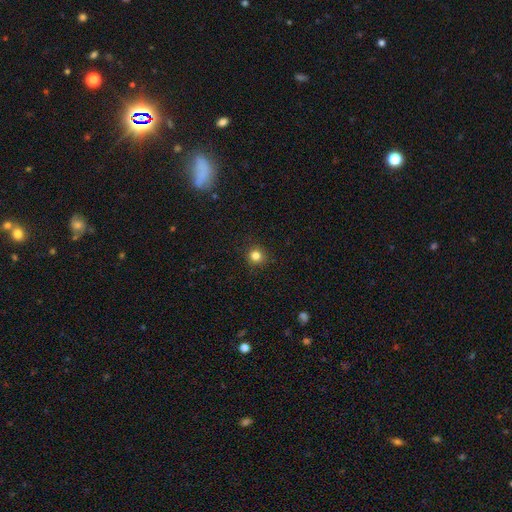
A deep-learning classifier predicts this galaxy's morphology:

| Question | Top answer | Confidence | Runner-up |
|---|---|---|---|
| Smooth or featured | smooth | 83% | star or artifact (13%) |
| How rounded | round | 93% | in between (6%) |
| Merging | none | 90% | minor disturbance (7%) |